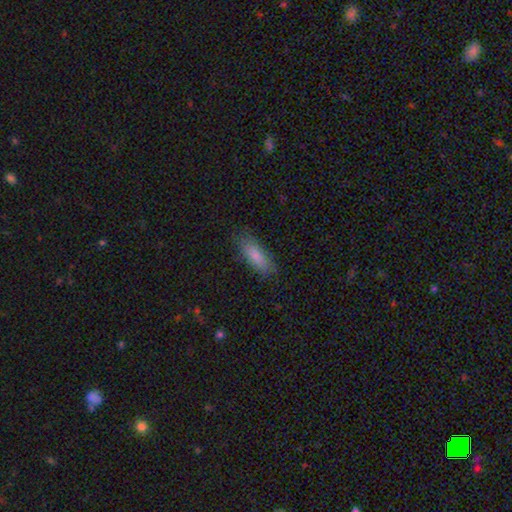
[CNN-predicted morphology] Smooth or featured? Predicted: smooth (p=0.84). How rounded? Predicted: in between (p=0.65). Merging? Predicted: none (p=0.82).